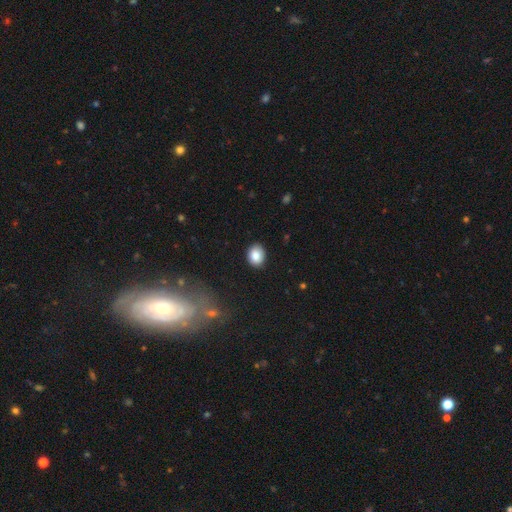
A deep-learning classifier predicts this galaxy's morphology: smooth-or-featured: smooth: 86% | star or artifact: 8% | featured or disk: 6%
  how-rounded: in between: 52% | round: 47% | cigar-shaped: 1%
  merging: none: 89% | minor disturbance: 8% | major disturbance: 2% | merger: 1%